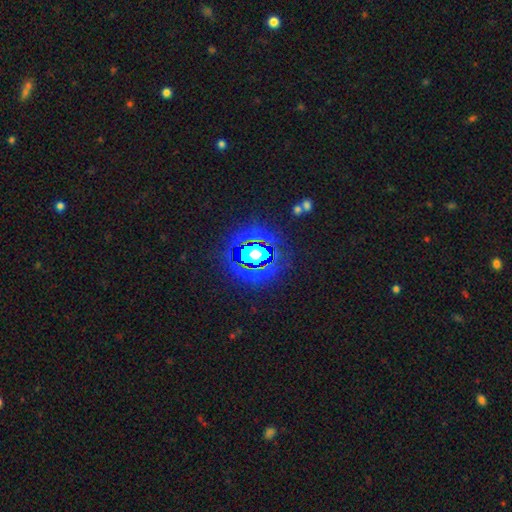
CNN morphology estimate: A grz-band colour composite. It shows a star or artifact, not a galaxy (70%).